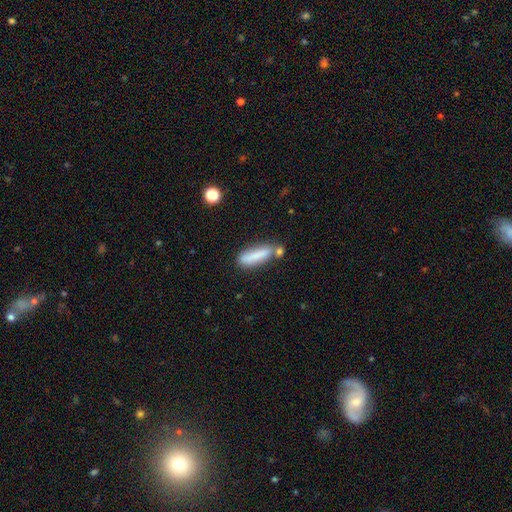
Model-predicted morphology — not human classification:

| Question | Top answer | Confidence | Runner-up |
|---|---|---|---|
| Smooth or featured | smooth | 79% | featured or disk (14%) |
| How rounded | cigar-shaped | 71% | in between (27%) |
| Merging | none | 59% | minor disturbance (18%) |